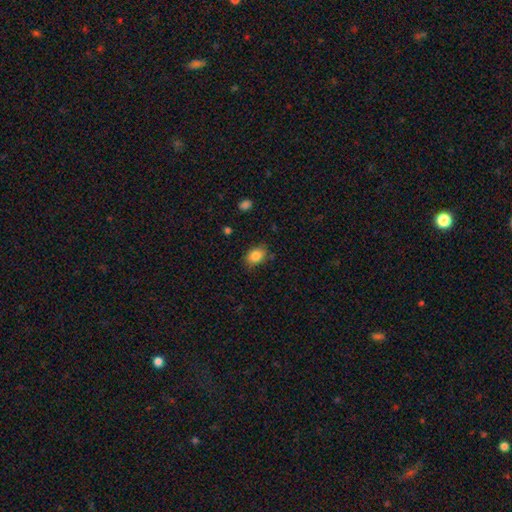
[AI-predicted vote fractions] This appears to be a smooth galaxy with no disk features (86%) that is in between round and cigar-shaped (76%). Merging: none (79%).